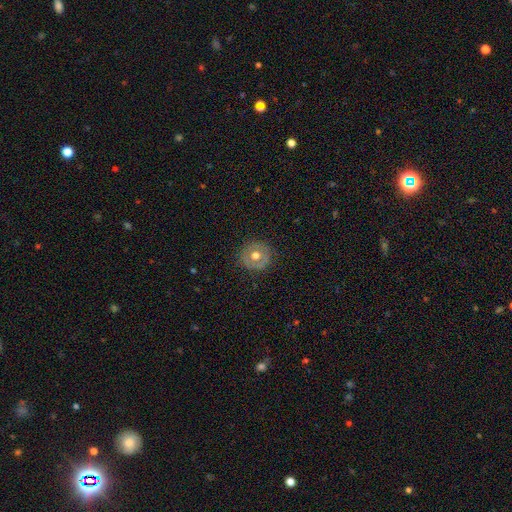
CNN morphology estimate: type=smooth (51%); roundness=round (92%); merging=none (85%).